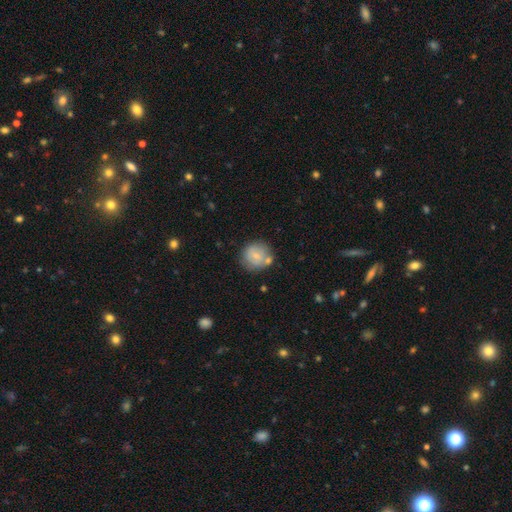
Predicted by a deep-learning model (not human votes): Smooth or featured?
  - smooth: 67% *
  - featured or disk: 26%
  - star or artifact: 8%
How rounded?
  - round: 90% *
  - in between: 9%
  - cigar-shaped: 1%
Merging?
  - none: 65% *
  - minor disturbance: 17%
  - merger: 13%
  - major disturbance: 5%